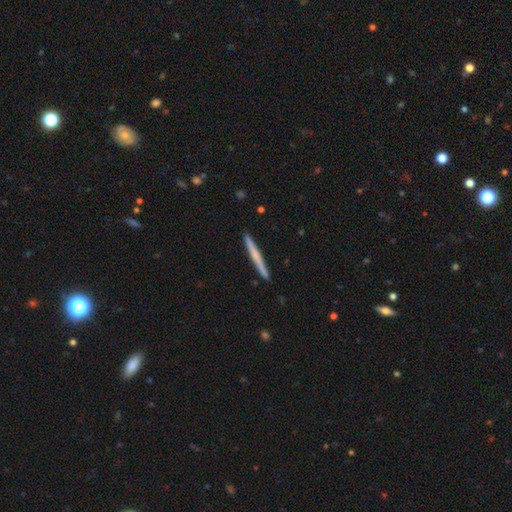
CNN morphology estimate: Smooth or featured? smooth (49%)
Merging? none (92%)